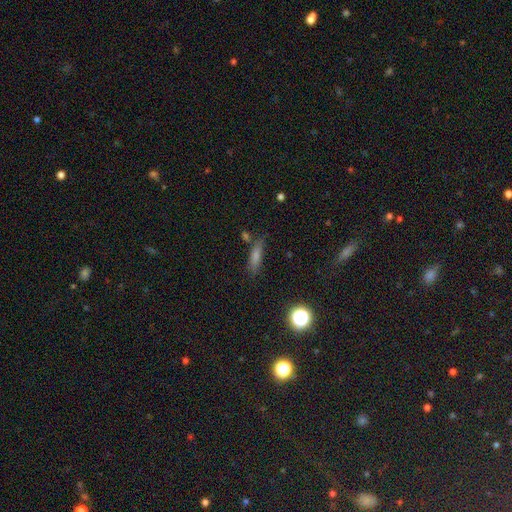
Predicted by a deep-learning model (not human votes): smooth_or_featured: smooth (p=0.58) [alt: star or artifact p=0.22]
how_rounded: cigar-shaped (p=0.68) [alt: in between p=0.26]
merging: none (p=0.77) [alt: minor disturbance p=0.13]